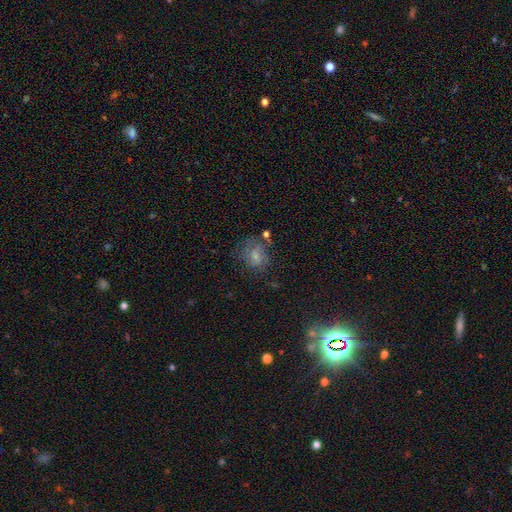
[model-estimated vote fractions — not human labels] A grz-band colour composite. It shows a smooth galaxy with no disk features (53%) that is round (59%). Merging: none (50%).